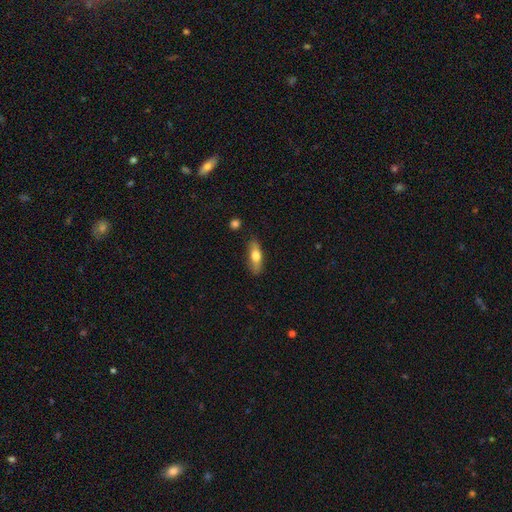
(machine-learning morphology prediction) Smooth or featured? Predicted: smooth (p=0.66). How rounded? Predicted: in between (p=0.54). Merging? Predicted: none (p=0.82).